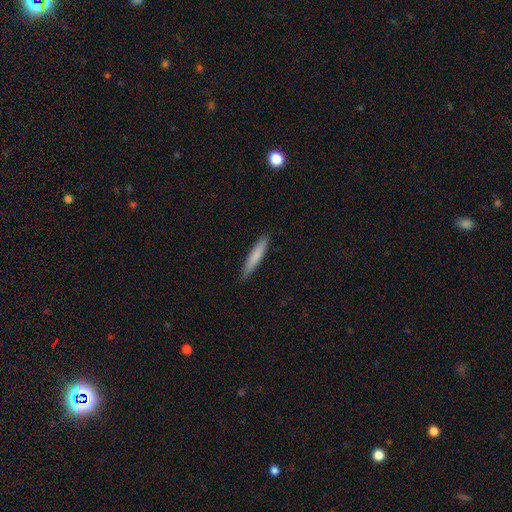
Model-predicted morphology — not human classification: The model was most divided on "smooth or featured": smooth: 77%, featured or disk: 17%, star or artifact: 6%. More confident: how rounded — cigar-shaped (93%); merging — none (86%).